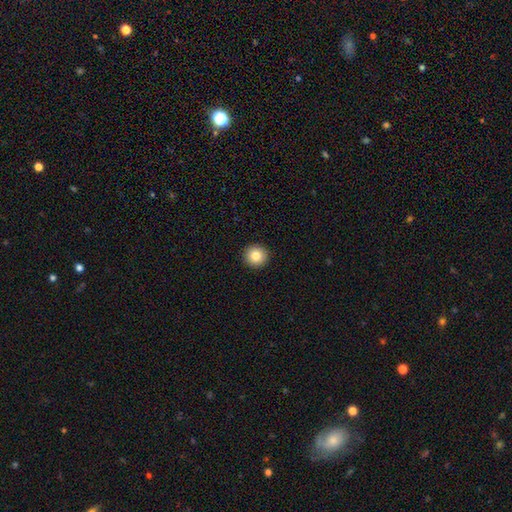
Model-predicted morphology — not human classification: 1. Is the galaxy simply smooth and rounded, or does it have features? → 83% smooth, 10% star or artifact, 7% featured or disk.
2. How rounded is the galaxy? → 95% round, 4% in between, 1% cigar-shaped.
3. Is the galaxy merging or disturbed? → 93% none, 4% minor disturbance, 1% major disturbance, 1% merger.